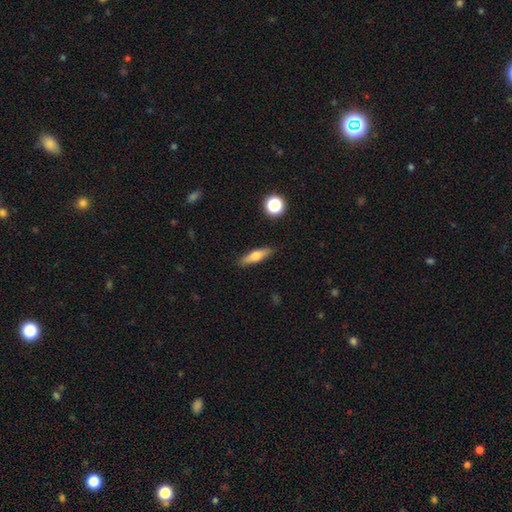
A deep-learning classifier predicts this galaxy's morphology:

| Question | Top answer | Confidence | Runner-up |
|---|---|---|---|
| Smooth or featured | smooth | 59% | featured or disk (34%) |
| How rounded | cigar-shaped | 65% | in between (31%) |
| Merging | none | 88% | minor disturbance (9%) |